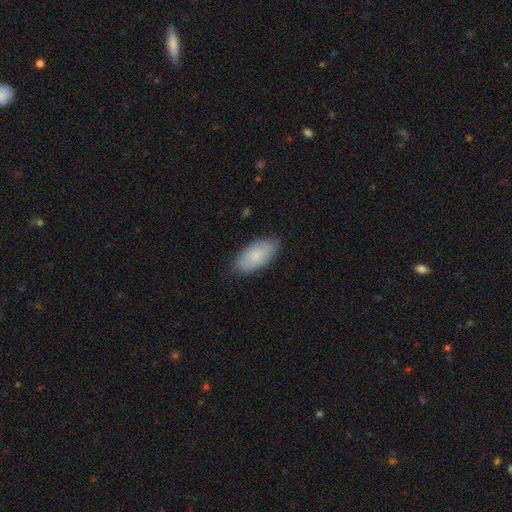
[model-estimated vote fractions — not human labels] Morphology: type=smooth (82%); roundness=in between (92%); merging=none (82%).